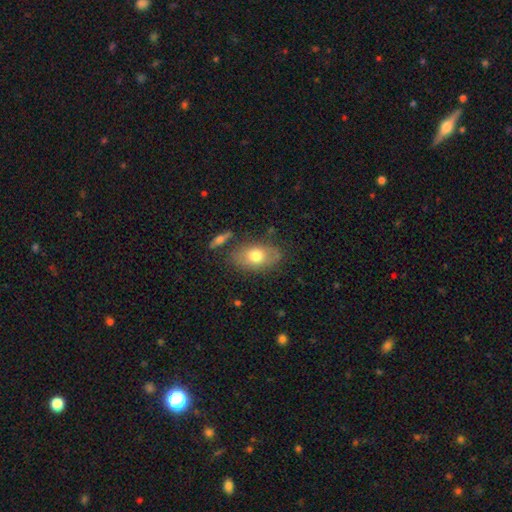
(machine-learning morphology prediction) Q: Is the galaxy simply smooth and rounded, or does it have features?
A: smooth — 67%.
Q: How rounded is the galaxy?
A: in between — 86%.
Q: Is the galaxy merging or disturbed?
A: none — 73%.